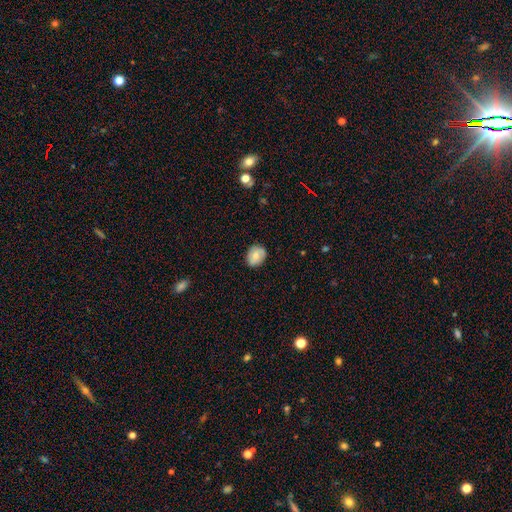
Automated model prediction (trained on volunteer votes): smooth-or-featured: smooth: 70% | featured or disk: 22% | star or artifact: 8%
  how-rounded: in between: 51% | round: 48% | cigar-shaped: 1%
  merging: none: 79% | minor disturbance: 17% | major disturbance: 3% | merger: 1%